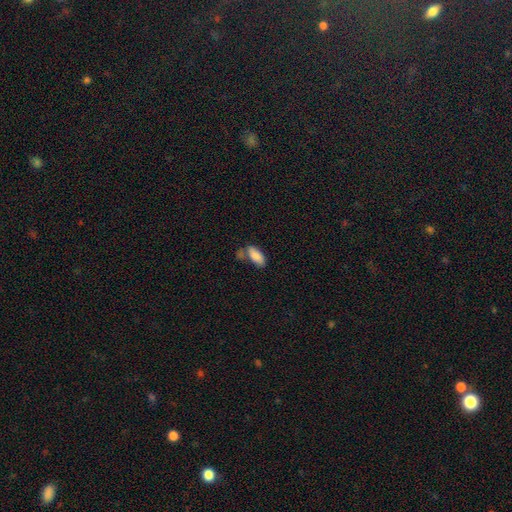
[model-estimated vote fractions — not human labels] Smooth or featured: smooth — 85% (featured or disk — 8%)
How rounded: in between — 88% (cigar-shaped — 10%)
Merging: none — 50% (minor disturbance — 22%)